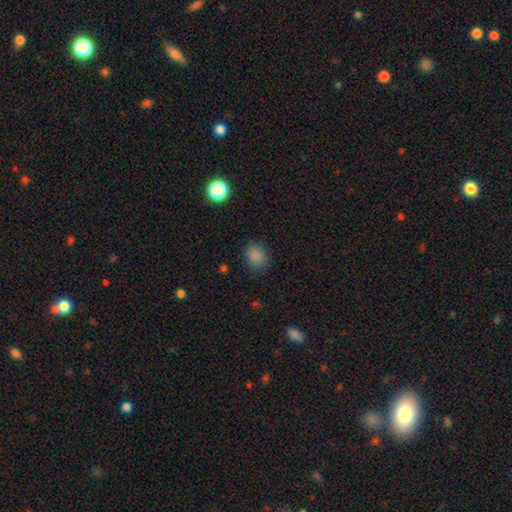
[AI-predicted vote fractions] Morphology: type=smooth (85%); roundness=round (57%); merging=none (86%).